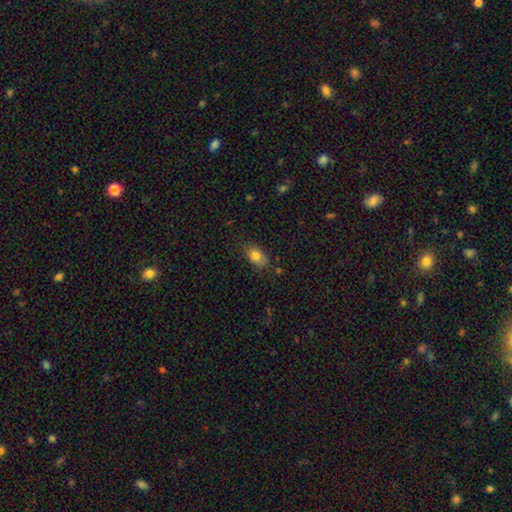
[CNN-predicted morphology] This appears to be a smooth galaxy with no disk features (80%) that is in between round and cigar-shaped (85%). Merging: none (75%).